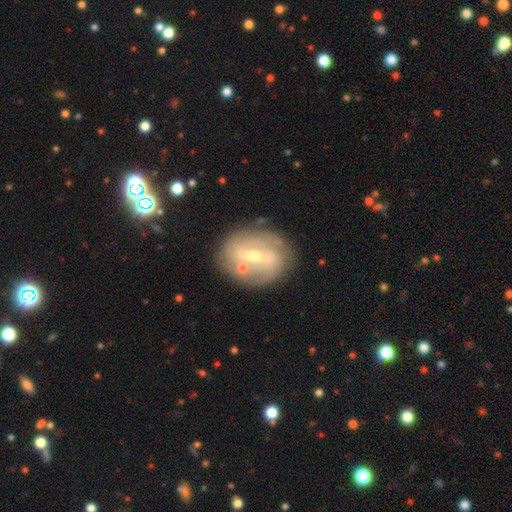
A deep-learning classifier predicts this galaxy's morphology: Overall: featured or disk (73%). Edge-on disk: no (91%). Bar: strong (52%; weak 37%). Spiral arms: yes (61%; no 39%). Bulge size: small (50%; moderate 45%). Merging: none (76%).